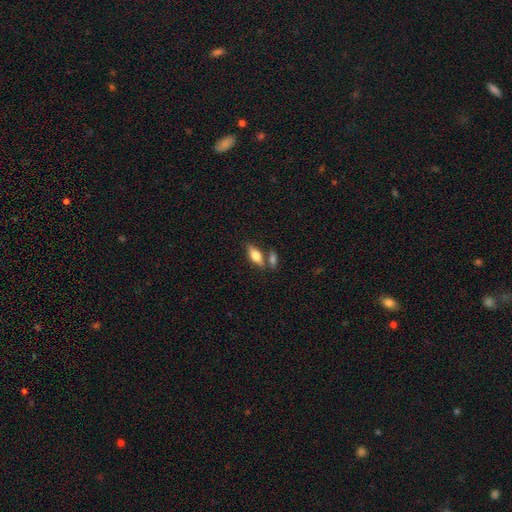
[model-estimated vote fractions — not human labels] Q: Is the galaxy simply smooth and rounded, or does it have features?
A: smooth — 65%.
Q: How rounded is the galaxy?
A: in between — 75%.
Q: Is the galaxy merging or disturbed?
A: none — 63%.